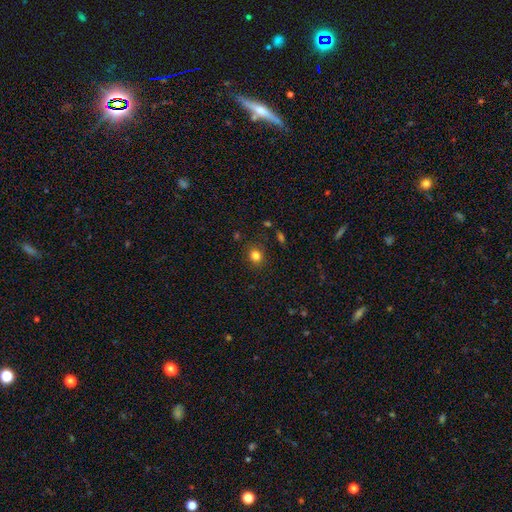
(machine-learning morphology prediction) Smooth or featured?
  - smooth: 81% *
  - star or artifact: 13%
  - featured or disk: 6%
How rounded?
  - round: 74% *
  - in between: 25%
  - cigar-shaped: 1%
Merging?
  - none: 86% *
  - minor disturbance: 10%
  - major disturbance: 3%
  - merger: 2%